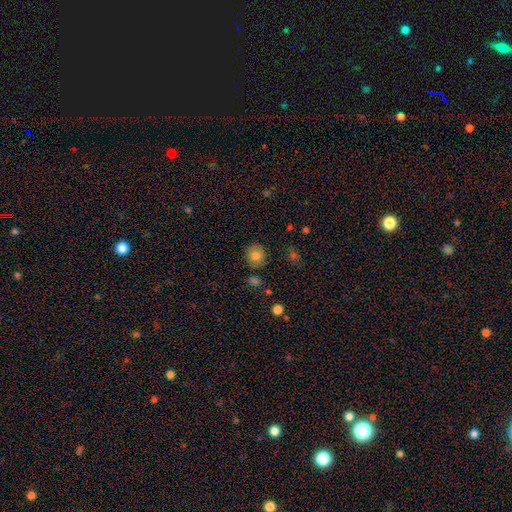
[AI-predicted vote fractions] A smooth galaxy with no disk features (80%) that is round (80%). Merging: none (84%).